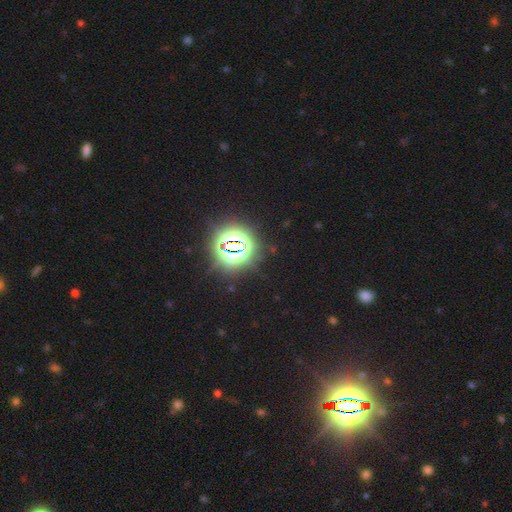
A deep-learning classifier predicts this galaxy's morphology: Overall: star or artifact (83%).